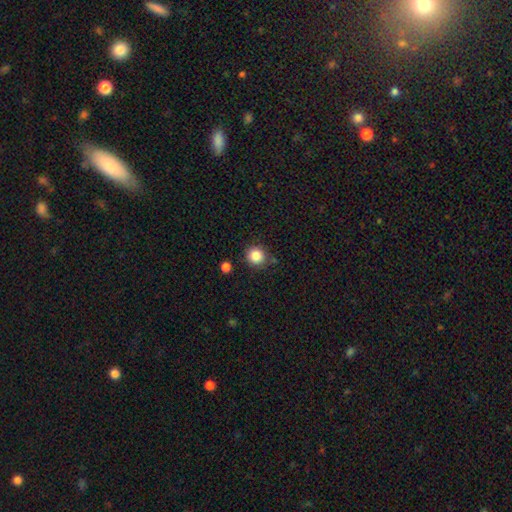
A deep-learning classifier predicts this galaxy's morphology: This appears to be a smooth galaxy with no disk features (84%) that is round (92%). Merging: none (83%).